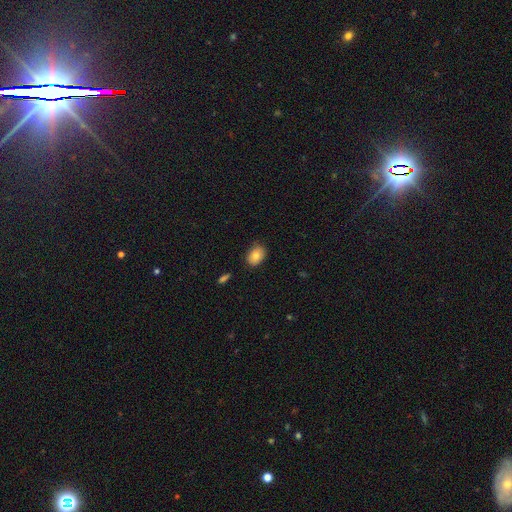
smooth-or-featured: smooth: 81% | featured or disk: 14% | star or artifact: 5%
  how-rounded: in between: 77% | round: 23% | cigar-shaped: 0%
  merging: none: 89% | minor disturbance: 9% | merger: 3% | major disturbance: 0%